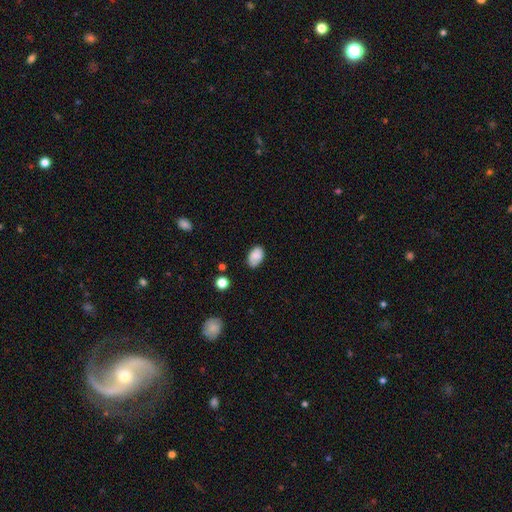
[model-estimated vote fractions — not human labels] This is clearly a smooth galaxy (84%). How rounded: clearly in between (88%). Merging: likely none (73%).